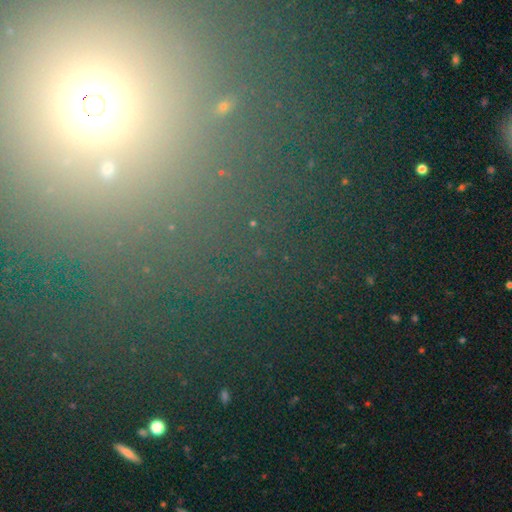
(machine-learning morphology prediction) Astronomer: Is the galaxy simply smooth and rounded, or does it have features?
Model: star or artifact — 71%.